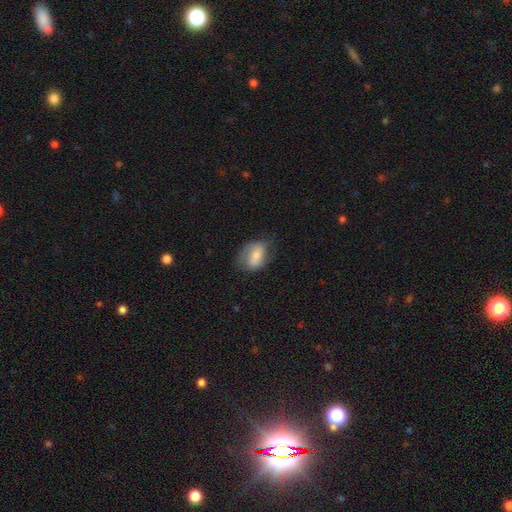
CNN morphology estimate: smooth_or_featured: smooth (p=0.54) [alt: featured or disk p=0.38]
how_rounded: in between (p=0.77) [alt: round p=0.21]
merging: none (p=0.54) [alt: minor disturbance p=0.28]